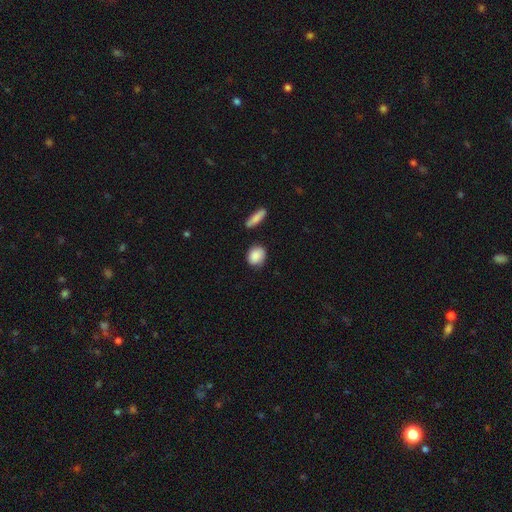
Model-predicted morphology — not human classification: smooth 88%, star or artifact 7%, featured or disk 5%. Down the decision tree: how rounded — round (61%); merging — none (77%).